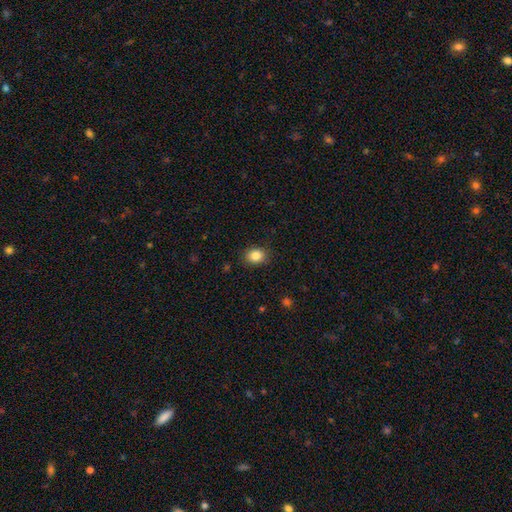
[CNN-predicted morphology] type=smooth (85%); roundness=in between (50%); merging=none (86%).